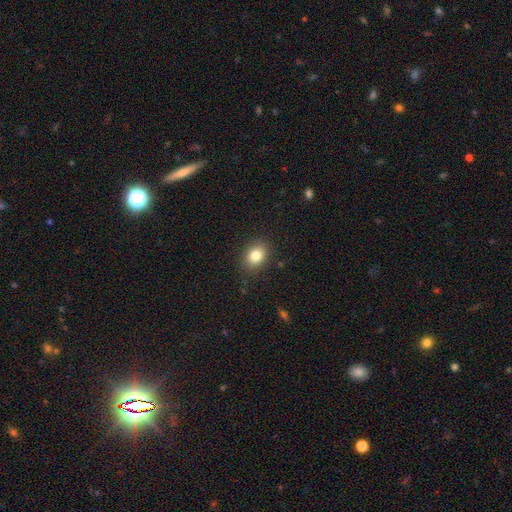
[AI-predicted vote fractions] smooth_or_featured: smooth (p=0.83) [alt: star or artifact p=0.10]
how_rounded: in between (p=0.61) [alt: round p=0.38]
merging: none (p=0.86) [alt: minor disturbance p=0.10]